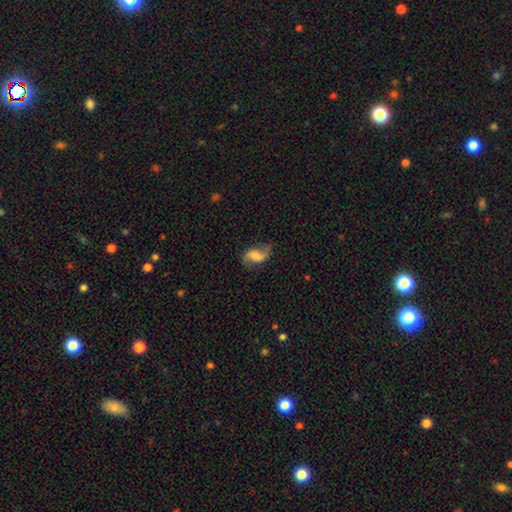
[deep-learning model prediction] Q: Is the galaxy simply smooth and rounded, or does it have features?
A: featured or disk — 56%.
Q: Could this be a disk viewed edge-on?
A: no — 96%.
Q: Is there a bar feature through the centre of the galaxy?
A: weak — 41%.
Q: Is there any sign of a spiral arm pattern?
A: yes — 89%.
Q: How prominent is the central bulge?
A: none — 28%.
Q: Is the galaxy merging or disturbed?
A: none — 63%.